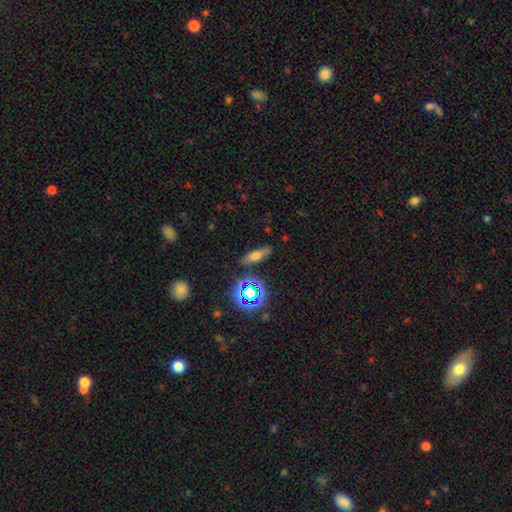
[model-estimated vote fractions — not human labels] smooth_or_featured: smooth (p=0.58) [alt: featured or disk p=0.22]
how_rounded: cigar-shaped (p=0.49) [alt: in between p=0.43]
merging: none (p=0.84) [alt: minor disturbance p=0.11]